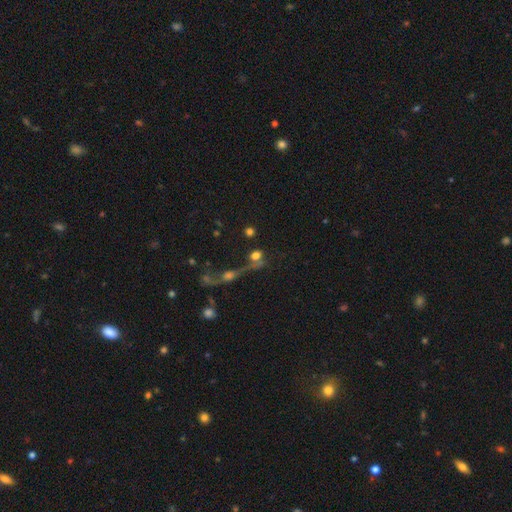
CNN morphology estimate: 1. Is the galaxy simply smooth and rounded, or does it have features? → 63% smooth, 19% star or artifact, 18% featured or disk.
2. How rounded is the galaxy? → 74% round, 22% in between, 4% cigar-shaped.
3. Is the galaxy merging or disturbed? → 44% merger, 34% none, 12% major disturbance, 10% minor disturbance.